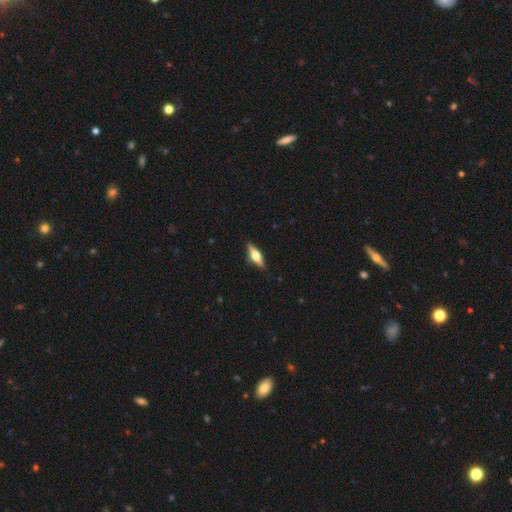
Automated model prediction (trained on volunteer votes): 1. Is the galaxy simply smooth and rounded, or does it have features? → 63% featured or disk, 31% smooth, 6% star or artifact.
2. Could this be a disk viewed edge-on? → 96% yes, 4% no.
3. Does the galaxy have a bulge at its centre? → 94% rounded, 5% boxy, 2% none.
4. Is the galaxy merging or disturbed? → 88% none, 9% minor disturbance, 2% major disturbance, 1% merger.